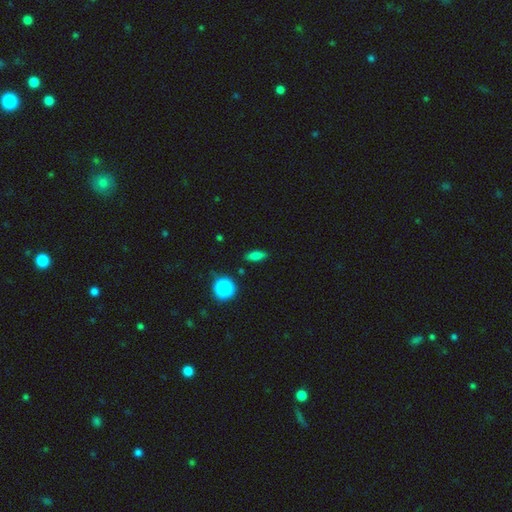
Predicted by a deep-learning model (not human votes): Smooth or featured?
  - smooth: 78% *
  - star or artifact: 14%
  - featured or disk: 8%
How rounded?
  - in between: 62% *
  - cigar-shaped: 30%
  - round: 8%
Merging?
  - none: 85% *
  - minor disturbance: 11%
  - major disturbance: 3%
  - merger: 2%